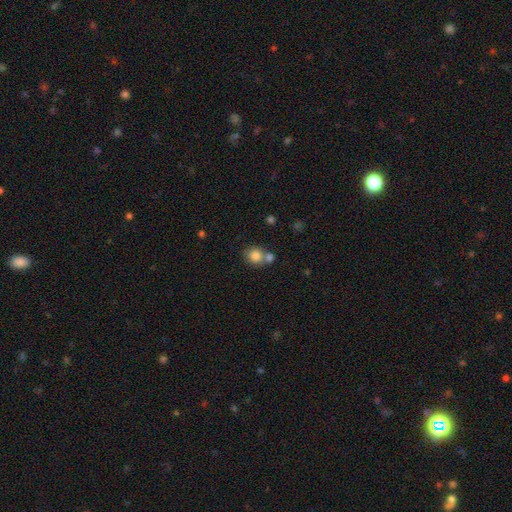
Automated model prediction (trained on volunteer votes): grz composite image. It shows a smooth galaxy with no disk features (82%) that is round (84%). Merging: none (53%).